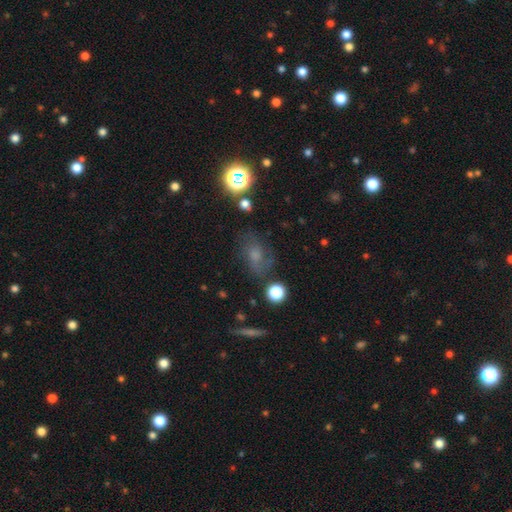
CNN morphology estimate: Smooth or featured?
  - featured or disk: 42% *
  - smooth: 34%
  - star or artifact: 24%
Merging?
  - none: 62% *
  - minor disturbance: 21%
  - major disturbance: 13%
  - merger: 3%